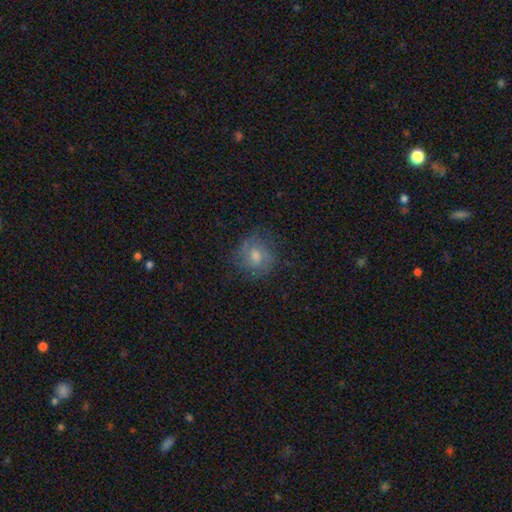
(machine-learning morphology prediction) smooth 53%, featured or disk 32%, star or artifact 14%. Down the decision tree: how rounded — round (81%); merging — none (76%).